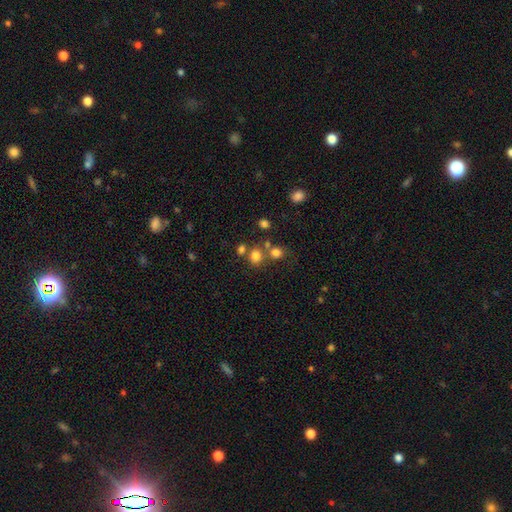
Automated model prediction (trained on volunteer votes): smooth-or-featured: smooth: 75% | star or artifact: 17% | featured or disk: 8%
  how-rounded: round: 75% | in between: 24% | cigar-shaped: 1%
  merging: none: 60% | merger: 26% | minor disturbance: 9% | major disturbance: 5%